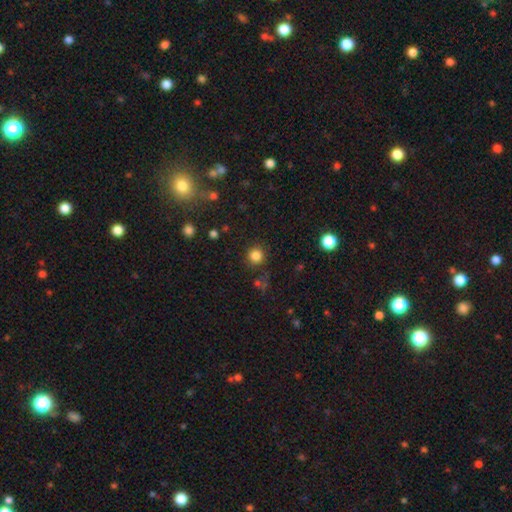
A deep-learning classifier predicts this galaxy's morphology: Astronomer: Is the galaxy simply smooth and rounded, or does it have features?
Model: smooth — 83%.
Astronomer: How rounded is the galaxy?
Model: round — 93%.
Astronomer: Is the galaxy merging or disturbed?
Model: none — 85%.